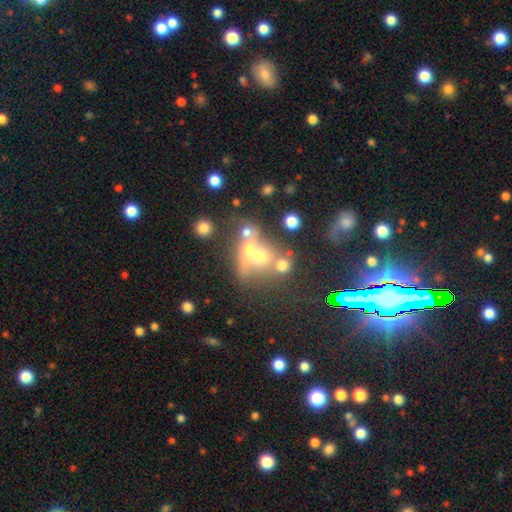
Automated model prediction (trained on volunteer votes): The model was most divided on "smooth or featured": smooth: 40%, featured or disk: 32%, star or artifact: 28%. More confident: merging — merger (53%).